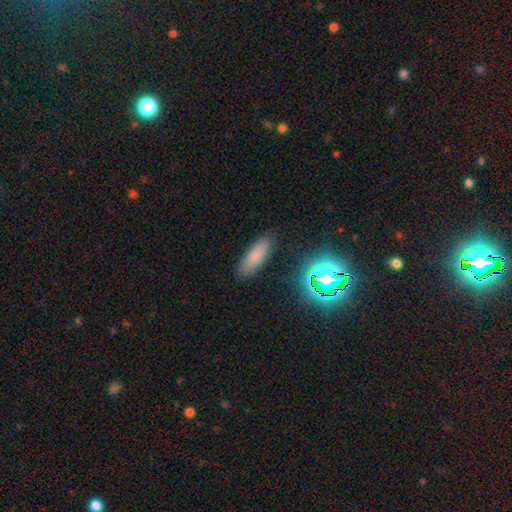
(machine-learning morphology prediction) This is likely a smooth galaxy (76%). How rounded: possibly in between (56%). Merging: clearly none (87%).